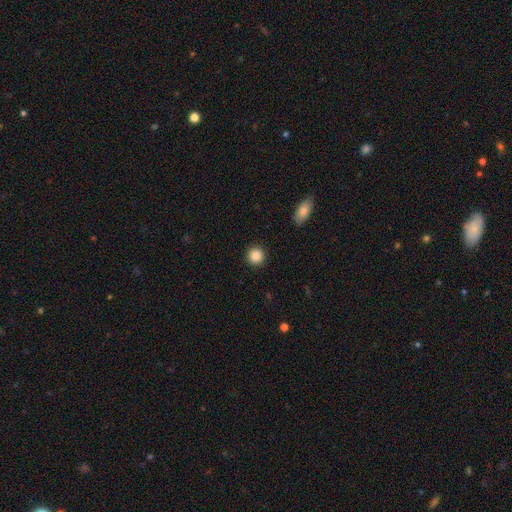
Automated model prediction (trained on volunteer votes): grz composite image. It shows a smooth galaxy with no disk features (87%) that is round (94%). Merging: none (92%).